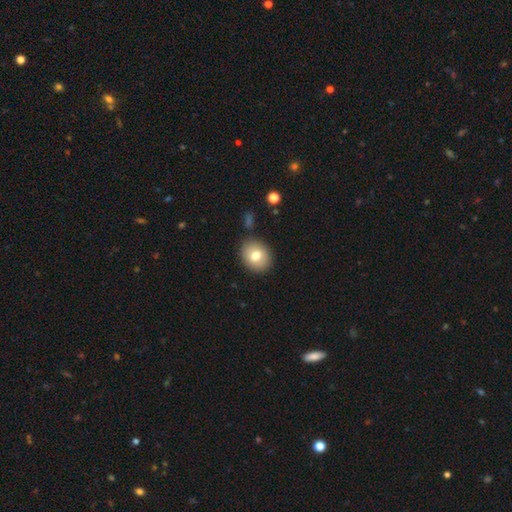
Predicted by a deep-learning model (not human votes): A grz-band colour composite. It shows a smooth galaxy with no disk features (74%) that is round (55%). Merging: none (84%).